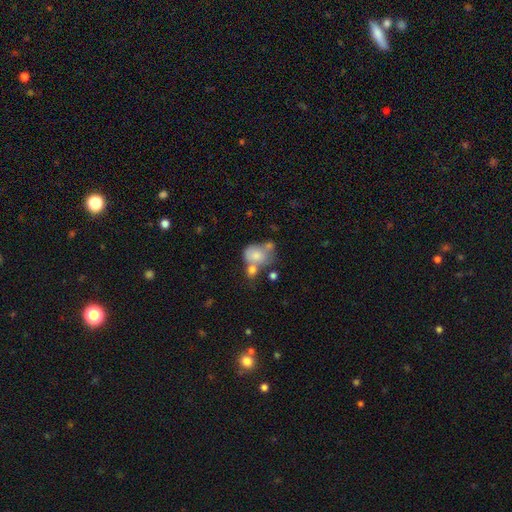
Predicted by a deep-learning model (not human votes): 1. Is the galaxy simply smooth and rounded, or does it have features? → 69% smooth, 22% featured or disk, 9% star or artifact.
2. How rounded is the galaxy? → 54% in between, 45% round, 1% cigar-shaped.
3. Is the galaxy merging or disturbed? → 44% merger, 25% none, 17% minor disturbance, 13% major disturbance.